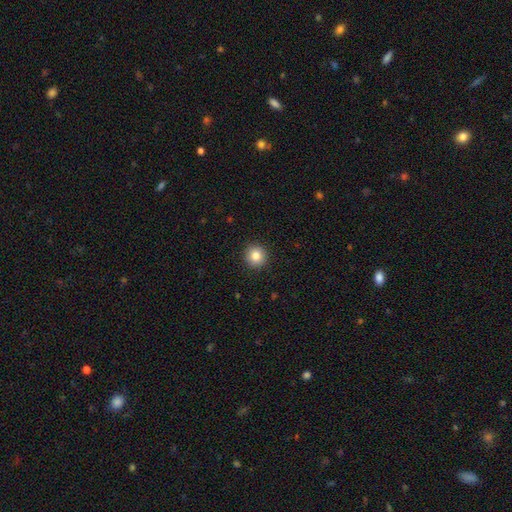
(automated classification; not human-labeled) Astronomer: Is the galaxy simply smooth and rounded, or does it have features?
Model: smooth — 84%.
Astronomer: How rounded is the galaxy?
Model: round — 94%.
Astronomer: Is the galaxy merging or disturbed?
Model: none — 92%.